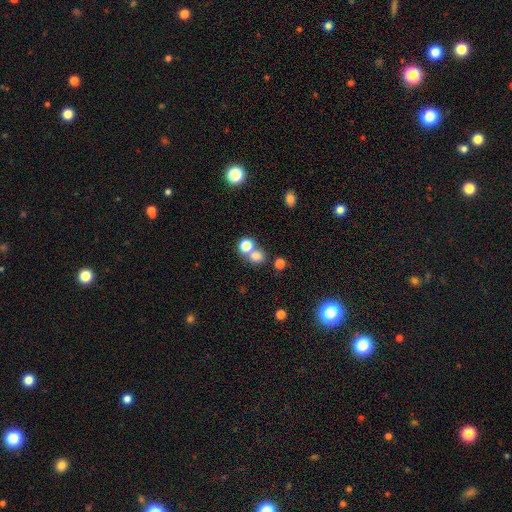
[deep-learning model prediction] Overall: smooth (77%). How rounded: round (76%). Merging: none (48%; merger 40%).